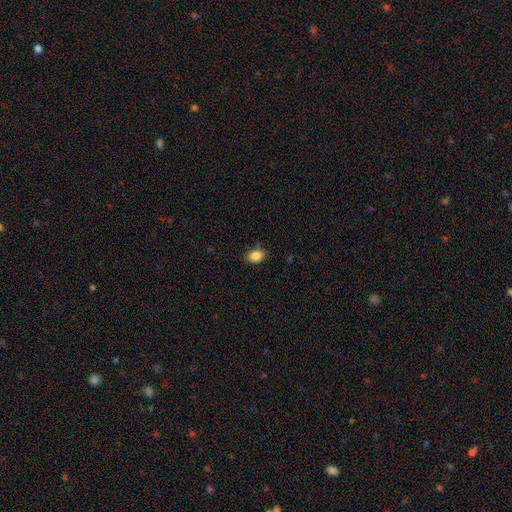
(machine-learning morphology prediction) smooth-or-featured: smooth: 86% | star or artifact: 9% | featured or disk: 5%
  how-rounded: in between: 77% | round: 22% | cigar-shaped: 1%
  merging: none: 83% | minor disturbance: 12% | major disturbance: 3% | merger: 2%